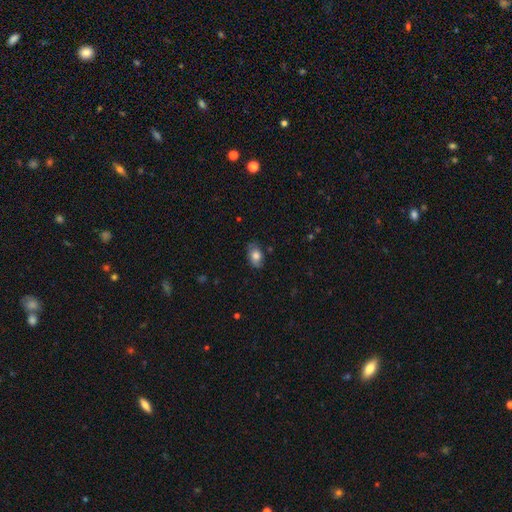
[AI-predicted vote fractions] A smooth galaxy with no disk features (79%) that is in between round and cigar-shaped (86%).

Vote fractions:
- Smooth or featured? smooth: 79% / featured or disk: 13% / star or artifact: 8%
- How rounded? in between: 86% / round: 13% / cigar-shaped: 2%
- Merging? none: 78% / minor disturbance: 17% / major disturbance: 3% / merger: 1%